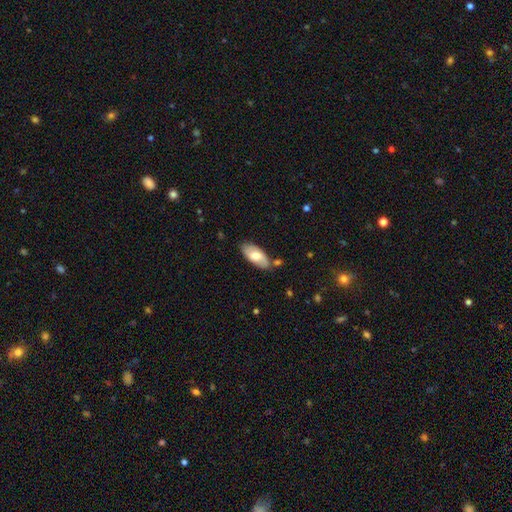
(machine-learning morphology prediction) Smooth or featured? Predicted: smooth (p=0.66). How rounded? Predicted: in between (p=0.91). Merging? Predicted: none (p=0.74).